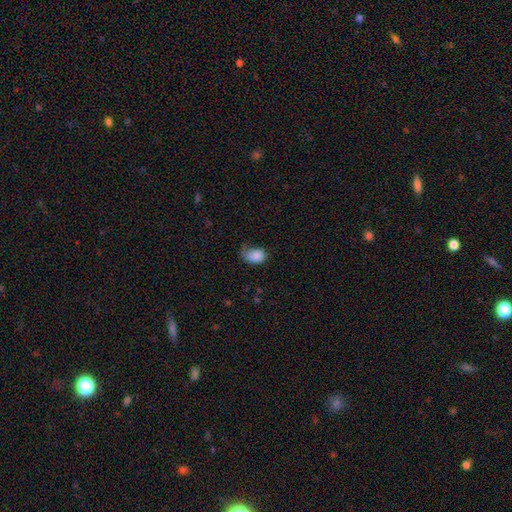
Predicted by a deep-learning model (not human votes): This appears to be a smooth galaxy with no disk features (81%) that is in between round and cigar-shaped (82%). Merging: none (37%).